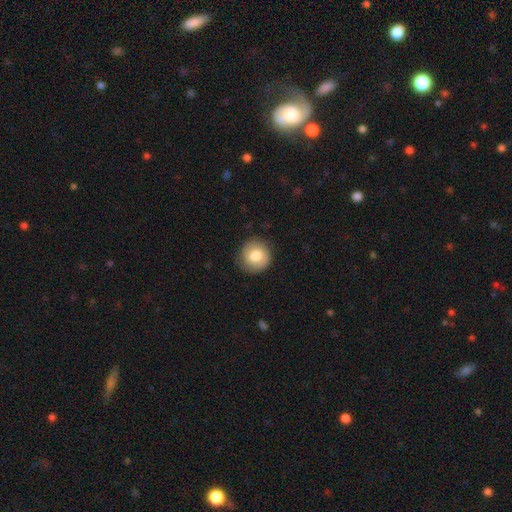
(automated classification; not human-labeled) A smooth galaxy with no disk features (76%) that is round (92%).

Vote fractions:
- Smooth or featured? smooth: 76% / featured or disk: 16% / star or artifact: 8%
- How rounded? round: 92% / in between: 7% / cigar-shaped: 1%
- Merging? none: 84% / minor disturbance: 12% / major disturbance: 3% / merger: 1%